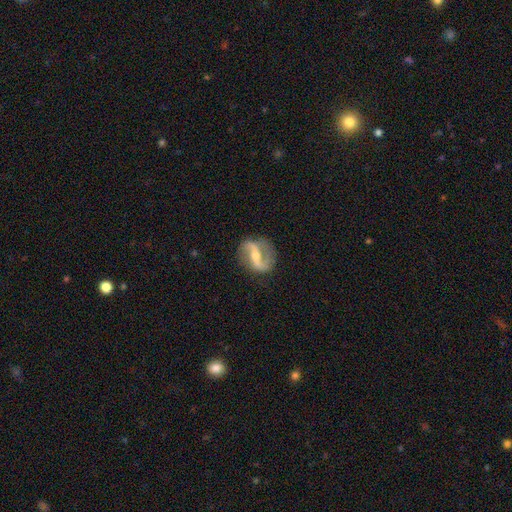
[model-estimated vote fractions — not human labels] Smooth or featured: featured or disk — 87% (smooth — 8%)
Edge-on disk: no — 97% (yes — 3%)
Bar: strong — 48% (weak — 35%)
Spiral arms: yes — 95% (no — 5%)
Spiral winding: loose — 51% (medium — 38%)
Spiral arm count: 2 — 91% (1 — 4%)
Bulge size: moderate — 53% (small — 41%)
Merging: none — 80% (minor disturbance — 13%)